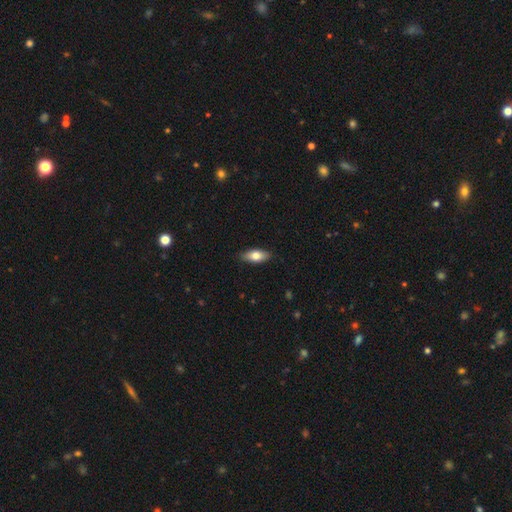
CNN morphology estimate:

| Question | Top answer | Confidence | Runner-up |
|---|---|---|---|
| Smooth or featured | smooth | 74% | featured or disk (20%) |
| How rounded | in between | 82% | cigar-shaped (15%) |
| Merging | none | 88% | minor disturbance (10%) |